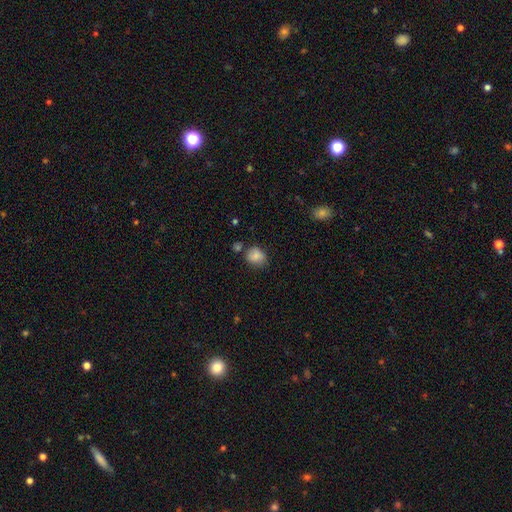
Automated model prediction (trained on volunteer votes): A smooth galaxy with no disk features (82%) that is round (57%). Merging: none (66%).